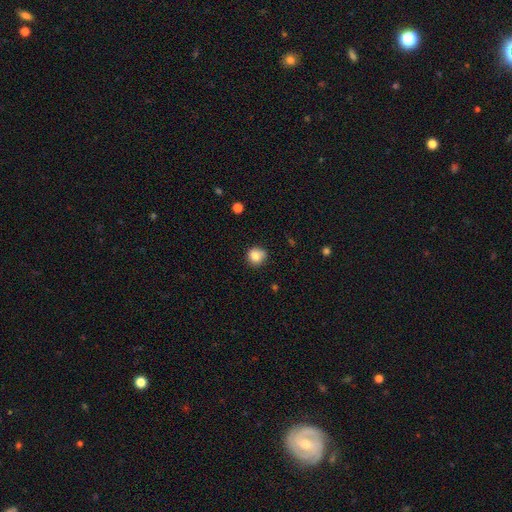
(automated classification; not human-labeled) Smooth or featured?
  - smooth: 86% *
  - star or artifact: 9%
  - featured or disk: 5%
How rounded?
  - round: 88% *
  - in between: 11%
  - cigar-shaped: 1%
Merging?
  - none: 75% *
  - minor disturbance: 19%
  - major disturbance: 4%
  - merger: 2%